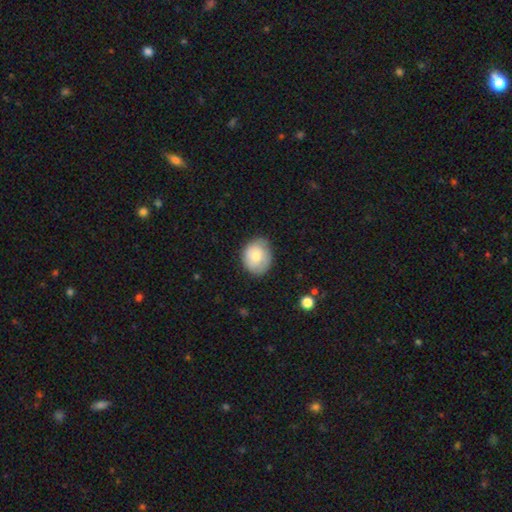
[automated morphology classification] type=smooth (75%); roundness=round (51%); merging=none (73%).